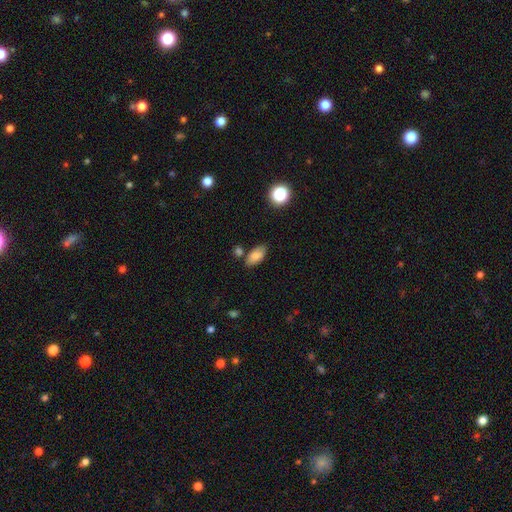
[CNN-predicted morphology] smooth_or_featured: smooth (p=0.83) [alt: featured or disk p=0.08]
how_rounded: in between (p=0.91) [alt: cigar-shaped p=0.05]
merging: none (p=0.73) [alt: minor disturbance p=0.15]